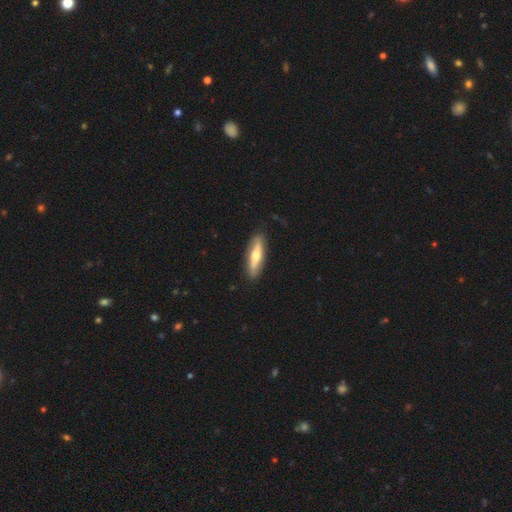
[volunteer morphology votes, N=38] featured or disk 50%, smooth 45%, star or artifact 5%. Down the decision tree: edge-on disk — yes (89%); edge-on bulge — rounded (94%); merging — none (89%).